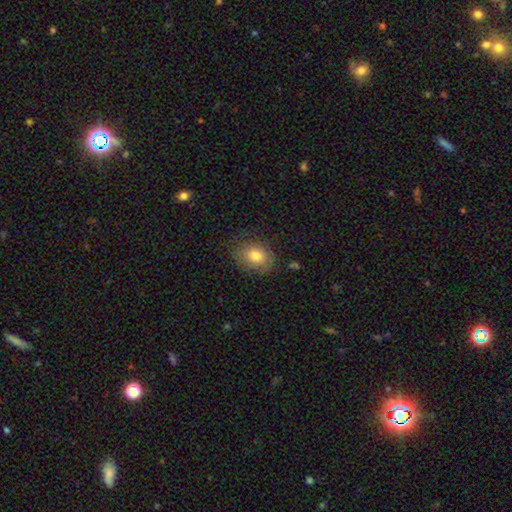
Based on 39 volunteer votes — Smooth or featured: smooth — 74% (featured or disk — 15%)
How rounded: round — 52% (in between — 48%)
Merging: none — 69% (minor disturbance — 31%)